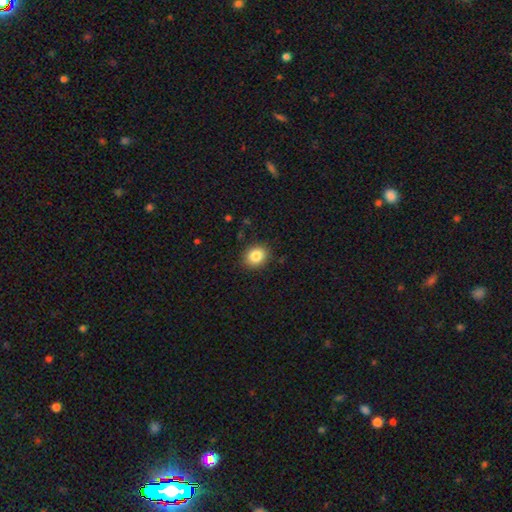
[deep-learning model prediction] Q: Smooth or featured?
A: smooth (85%); runner-up: star or artifact (9%)
Q: How rounded?
A: round (56%); runner-up: in between (43%)
Q: Merging?
A: none (88%); runner-up: minor disturbance (8%)